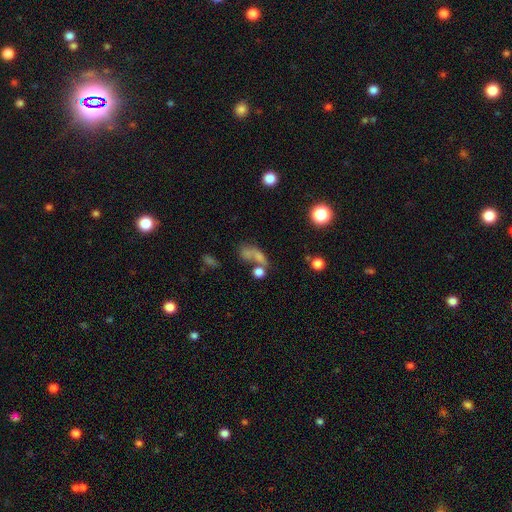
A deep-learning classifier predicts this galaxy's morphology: Q: Smooth or featured?
A: smooth (61%); runner-up: featured or disk (20%)
Q: How rounded?
A: in between (66%); runner-up: round (24%)
Q: Merging?
A: merger (44%); runner-up: none (28%)